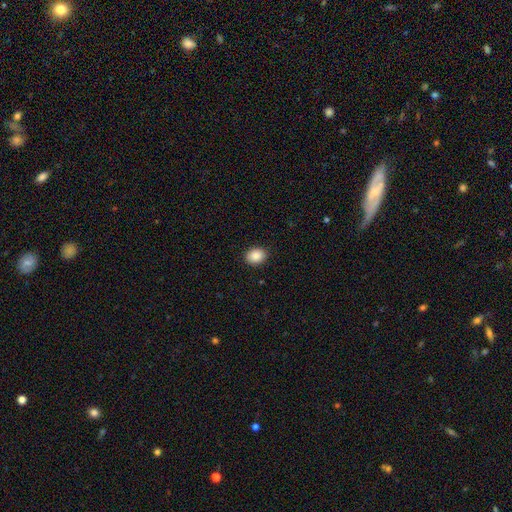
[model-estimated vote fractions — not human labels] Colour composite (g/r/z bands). It shows a smooth galaxy with no disk features (87%) that is round (51%). Merging: none (90%).